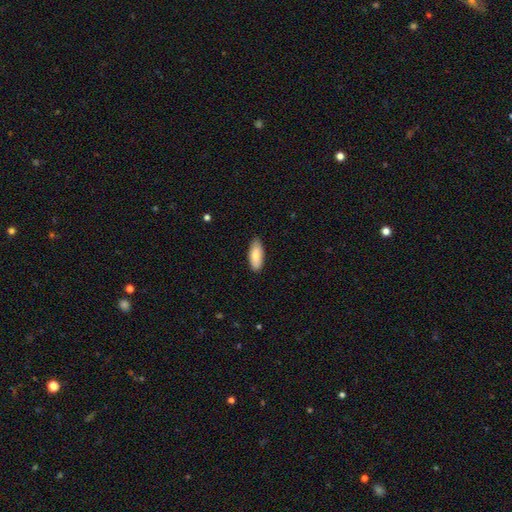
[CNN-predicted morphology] Q: Smooth or featured?
A: smooth (84%); runner-up: featured or disk (10%)
Q: How rounded?
A: in between (76%); runner-up: cigar-shaped (22%)
Q: Merging?
A: none (86%); runner-up: minor disturbance (11%)